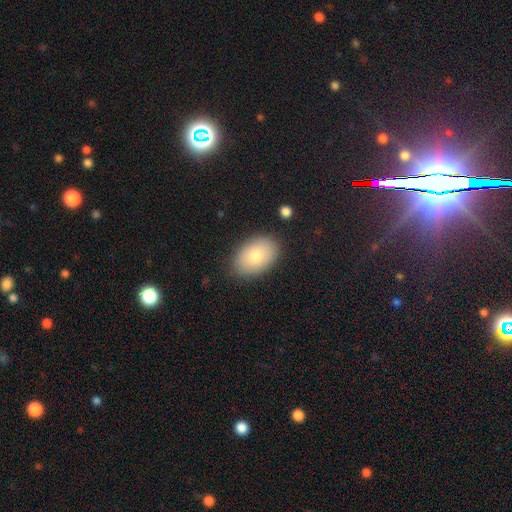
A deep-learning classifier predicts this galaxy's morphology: A smooth galaxy with no disk features (81%) that is in between round and cigar-shaped (89%).

Vote fractions:
- Smooth or featured? smooth: 81% / featured or disk: 12% / star or artifact: 7%
- How rounded? in between: 89% / round: 10% / cigar-shaped: 1%
- Merging? none: 85% / minor disturbance: 11% / major disturbance: 3% / merger: 1%